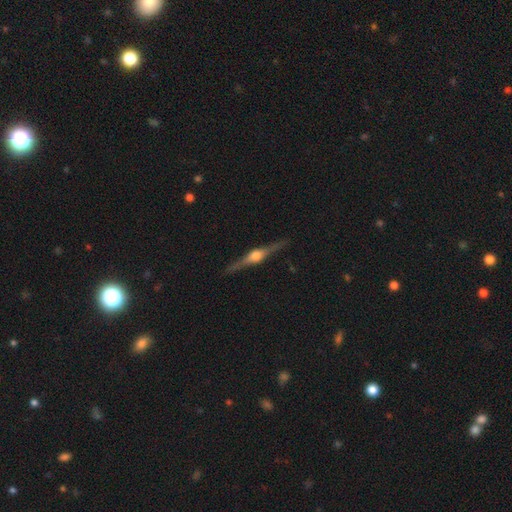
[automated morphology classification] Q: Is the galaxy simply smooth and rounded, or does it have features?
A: featured or disk — 84%.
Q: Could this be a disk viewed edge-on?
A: yes — 98%.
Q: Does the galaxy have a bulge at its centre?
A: rounded — 93%.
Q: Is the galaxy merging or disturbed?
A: none — 90%.